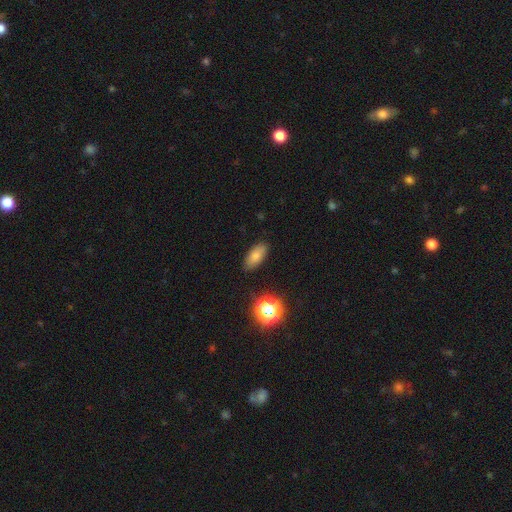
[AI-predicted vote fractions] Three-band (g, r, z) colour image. It shows a smooth galaxy with no disk features (78%) that is in between round and cigar-shaped (86%). Merging: none (86%).